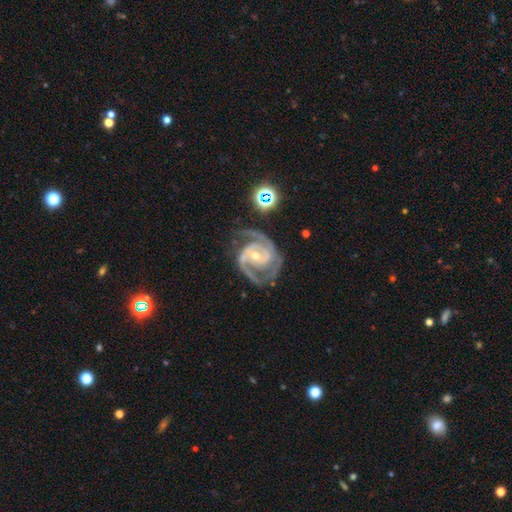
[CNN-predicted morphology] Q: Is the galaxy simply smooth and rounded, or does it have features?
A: featured or disk — 91%.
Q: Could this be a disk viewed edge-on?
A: no — 98%.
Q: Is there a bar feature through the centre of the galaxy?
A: no — 46%.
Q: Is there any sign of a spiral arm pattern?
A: yes — 97%.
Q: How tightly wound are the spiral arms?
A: tight — 46%, tied with medium.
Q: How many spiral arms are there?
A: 2 — 81%.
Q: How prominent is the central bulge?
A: moderate — 49%.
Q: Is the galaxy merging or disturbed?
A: none — 65%.